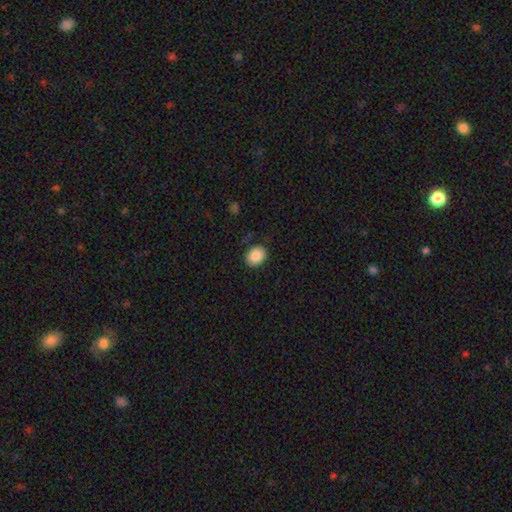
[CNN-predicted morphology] type=smooth (86%); roundness=round (50%); merging=none (86%).